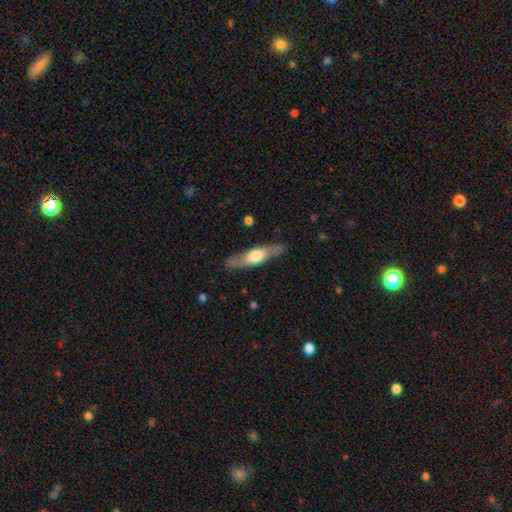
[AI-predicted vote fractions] Q: Smooth or featured?
A: featured or disk (53%); runner-up: smooth (43%)
Q: Edge-on disk?
A: yes (84%); runner-up: no (16%)
Q: Merging?
A: none (86%); runner-up: minor disturbance (10%)